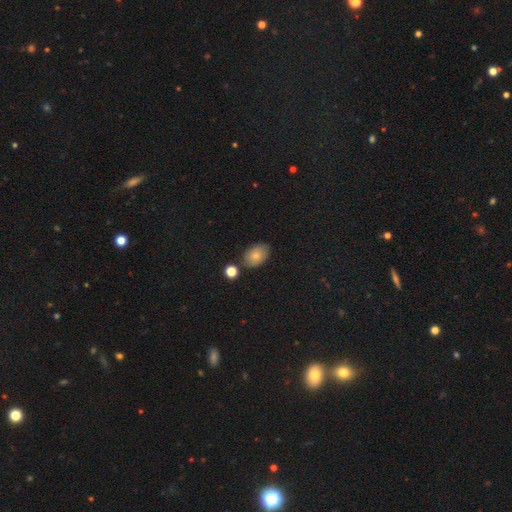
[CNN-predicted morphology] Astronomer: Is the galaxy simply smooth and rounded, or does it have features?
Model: smooth — 79%.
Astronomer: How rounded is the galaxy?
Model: in between — 86%.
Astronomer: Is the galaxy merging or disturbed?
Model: none — 75%.